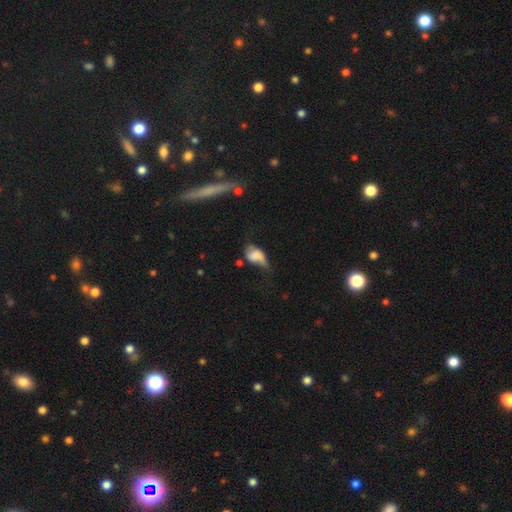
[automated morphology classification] This is possibly a smooth galaxy (56%). How rounded: clearly in between (83%). Merging: marginally major disturbance (34%, tied with minor disturbance).